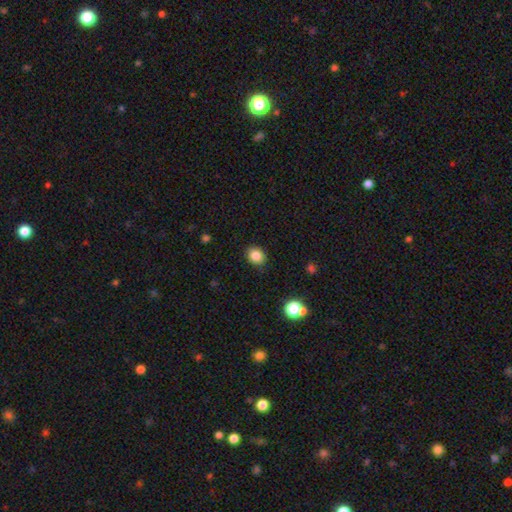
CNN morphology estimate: type=smooth (84%); roundness=round (62%); merging=none (87%).